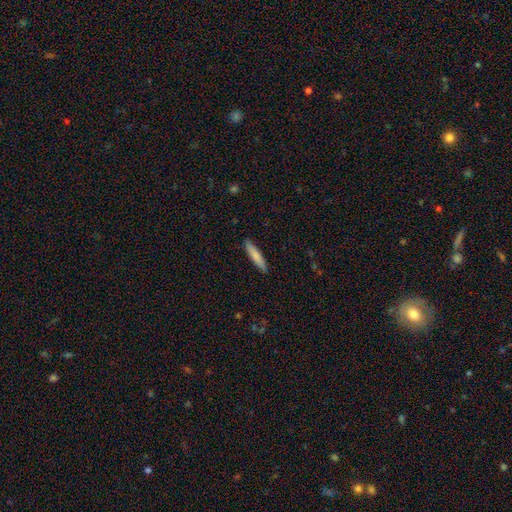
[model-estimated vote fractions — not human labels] Smooth or featured?
  - smooth: 78% *
  - featured or disk: 16%
  - star or artifact: 5%
How rounded?
  - cigar-shaped: 88% *
  - in between: 11%
  - round: 1%
Merging?
  - none: 90% *
  - minor disturbance: 7%
  - major disturbance: 1%
  - merger: 1%